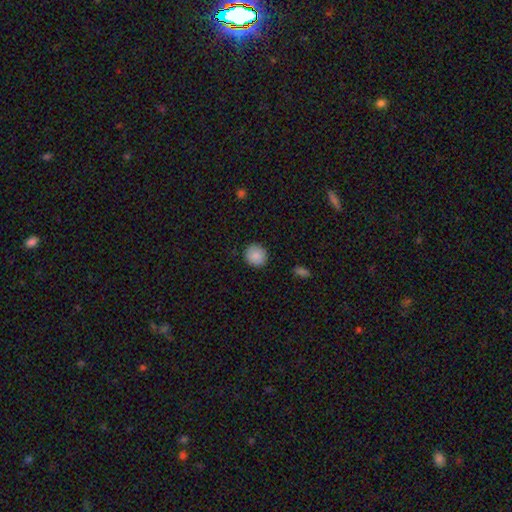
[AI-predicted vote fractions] Morphology: type=smooth (88%); roundness=round (90%); merging=none (90%).